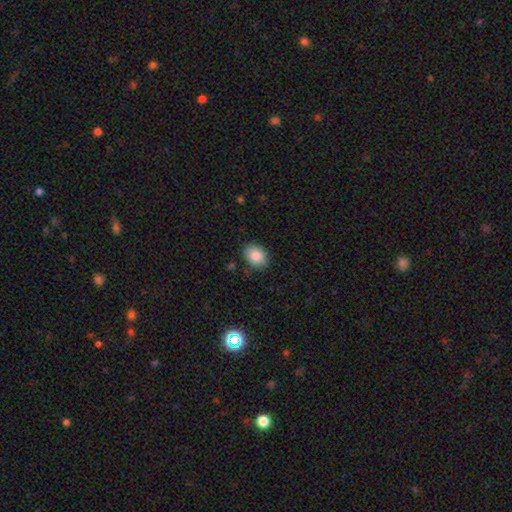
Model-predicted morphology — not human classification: The model was most divided on "how rounded": in between: 64%, round: 35%, cigar-shaped: 1%. More confident: smooth or featured — smooth (86%); merging — none (84%).